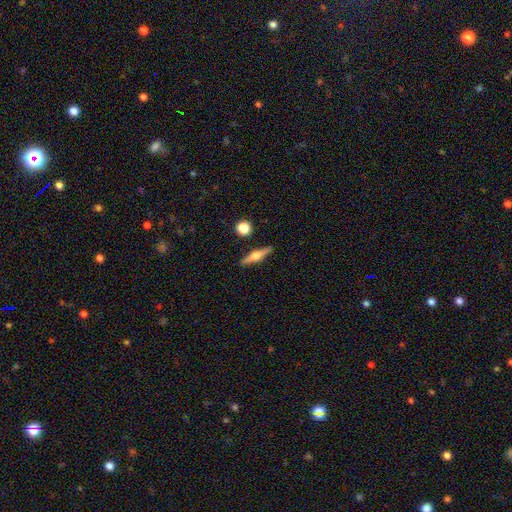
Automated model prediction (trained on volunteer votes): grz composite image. It shows a featured or disk galaxy (64%) viewed edge-on (97%) with a rounded central bulge (88%). Merging: none (88%).